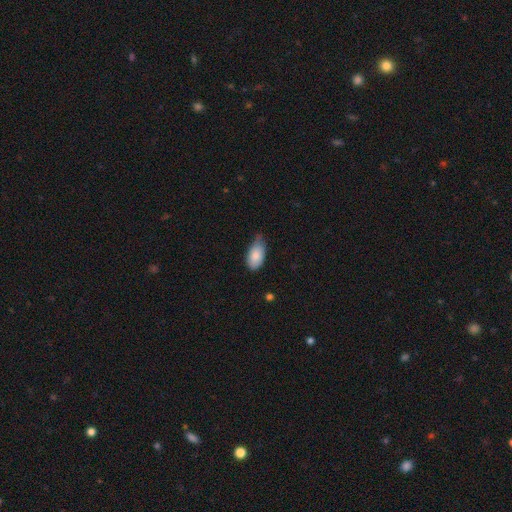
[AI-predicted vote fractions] Morphology: type=smooth (83%); roundness=in between (94%); merging=minor disturbance (49%).